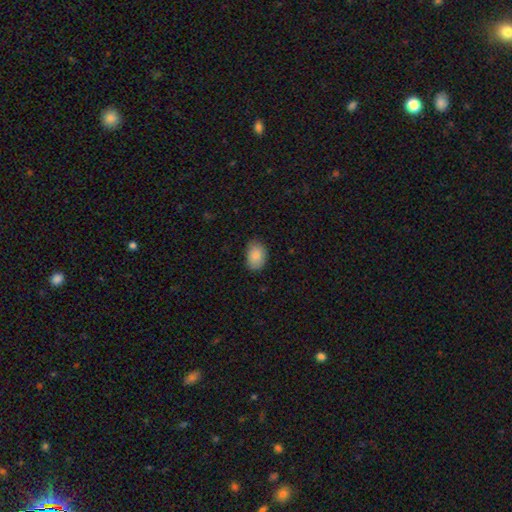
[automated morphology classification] The model was most divided on "merging": none: 78%, minor disturbance: 18%, major disturbance: 3%, merger: 1%. More confident: smooth or featured — smooth (87%); how rounded — in between (82%).